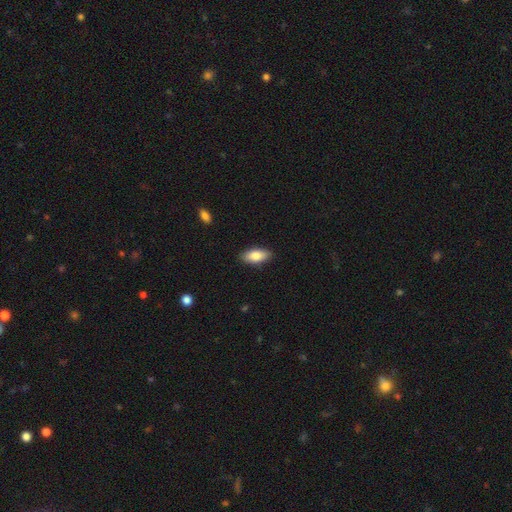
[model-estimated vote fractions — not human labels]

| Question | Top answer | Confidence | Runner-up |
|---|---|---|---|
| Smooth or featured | smooth | 82% | featured or disk (12%) |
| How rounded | in between | 86% | cigar-shaped (11%) |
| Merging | none | 88% | minor disturbance (9%) |